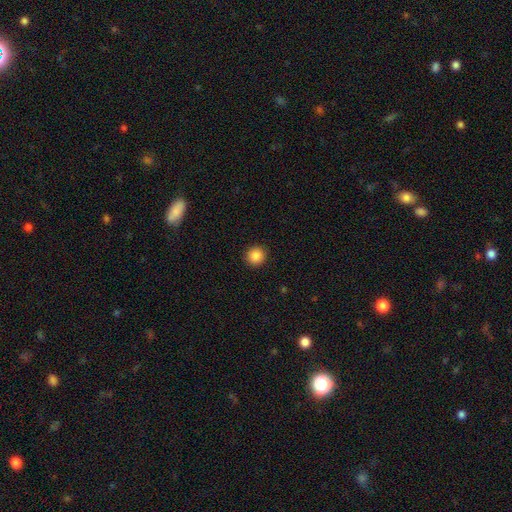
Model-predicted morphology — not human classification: A smooth galaxy with no disk features (86%) that is round (91%).

Vote fractions:
- Smooth or featured? smooth: 86% / star or artifact: 10% / featured or disk: 4%
- How rounded? round: 91% / in between: 8% / cigar-shaped: 1%
- Merging? none: 92% / minor disturbance: 5% / major disturbance: 2% / merger: 1%